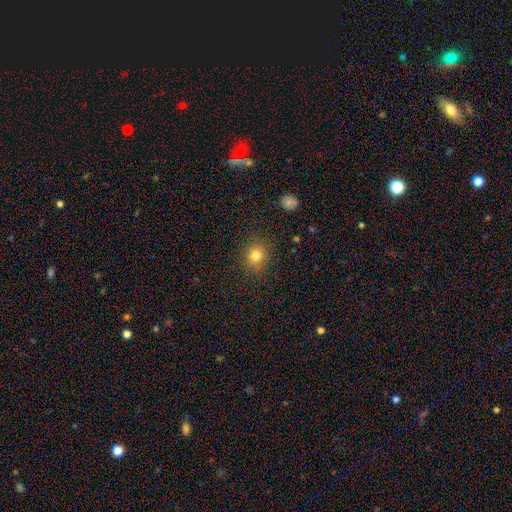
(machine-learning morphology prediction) A smooth galaxy with no disk features (79%) that is round (80%). Merging: none (87%).